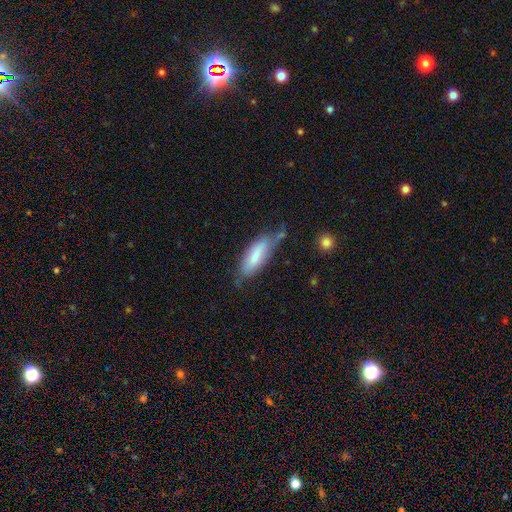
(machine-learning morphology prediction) Smooth or featured?
  - smooth: 74% *
  - featured or disk: 20%
  - star or artifact: 6%
How rounded?
  - in between: 63% *
  - cigar-shaped: 35%
  - round: 2%
Merging?
  - none: 49% *
  - minor disturbance: 33%
  - major disturbance: 11%
  - merger: 6%